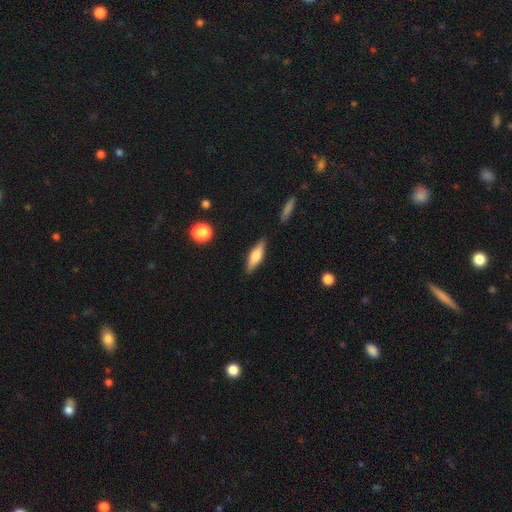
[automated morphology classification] Smooth or featured: smooth — 55% (featured or disk — 38%)
How rounded: cigar-shaped — 55% (in between — 43%)
Merging: none — 85% (minor disturbance — 10%)